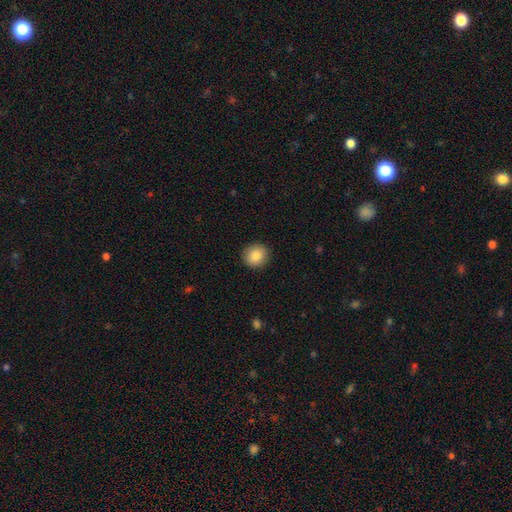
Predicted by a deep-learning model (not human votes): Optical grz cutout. It shows a smooth galaxy with no disk features (86%) that is round (87%). Merging: none (91%).